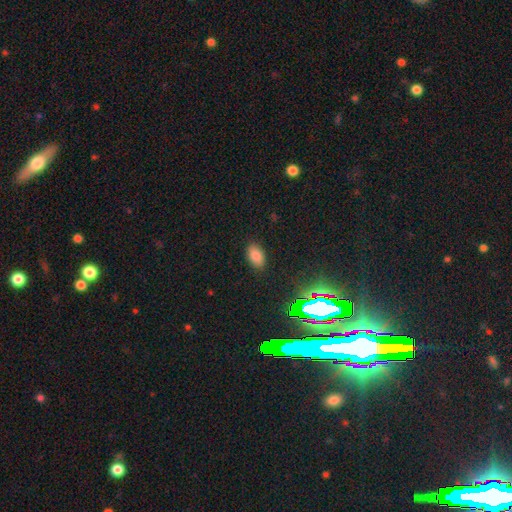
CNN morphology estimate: The model was most divided on "smooth or featured": smooth: 79%, star or artifact: 15%, featured or disk: 6%. More confident: how rounded — in between (91%); merging — none (87%).